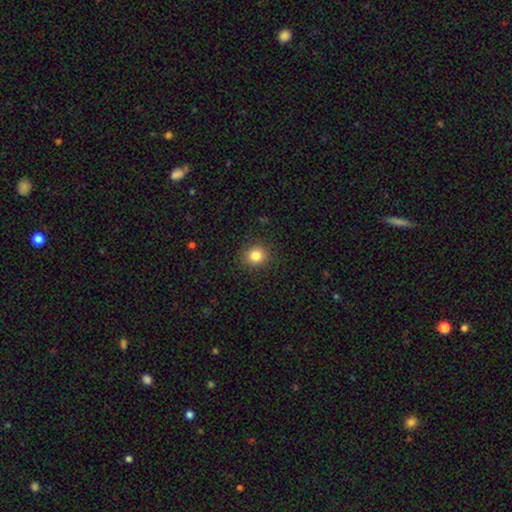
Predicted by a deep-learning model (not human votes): A smooth galaxy with no disk features (83%) that is round (83%).

Vote fractions:
- Smooth or featured? smooth: 83% / star or artifact: 11% / featured or disk: 5%
- How rounded? round: 83% / in between: 17% / cigar-shaped: 1%
- Merging? none: 90% / minor disturbance: 7% / major disturbance: 2% / merger: 1%